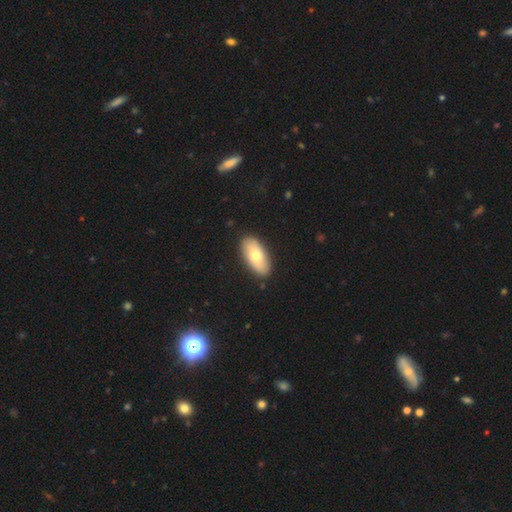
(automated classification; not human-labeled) Morphology: type=smooth (70%); roundness=in between (92%); merging=none (88%).